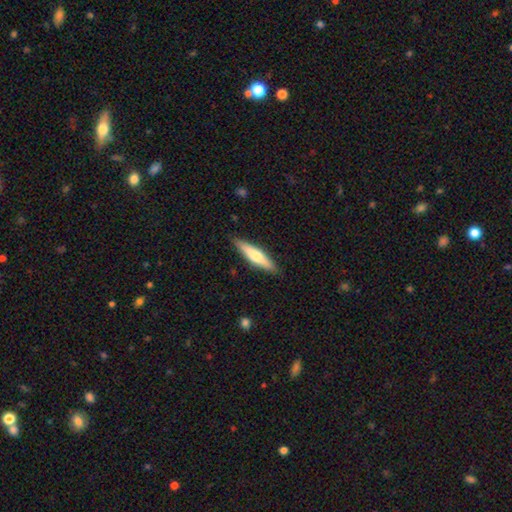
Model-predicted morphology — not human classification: The model was most divided on "smooth or featured": smooth: 57%, featured or disk: 38%, star or artifact: 5%. More confident: merging — none (88%); how rounded — cigar-shaped (80%).